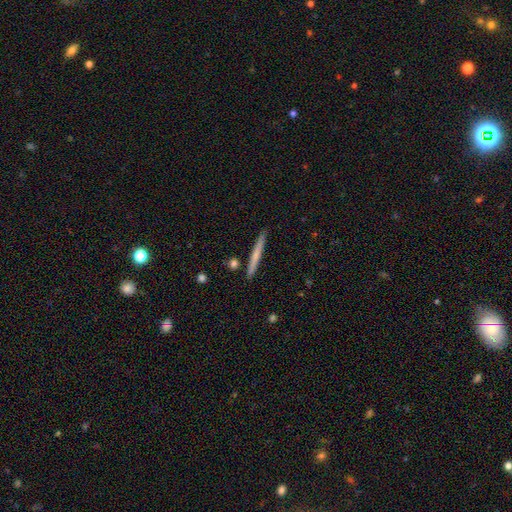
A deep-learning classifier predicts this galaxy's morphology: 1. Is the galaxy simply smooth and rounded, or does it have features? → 57% smooth, 38% featured or disk, 5% star or artifact.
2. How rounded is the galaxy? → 96% cigar-shaped, 2% in between, 1% round.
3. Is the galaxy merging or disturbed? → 89% none, 7% minor disturbance, 2% merger, 1% major disturbance.